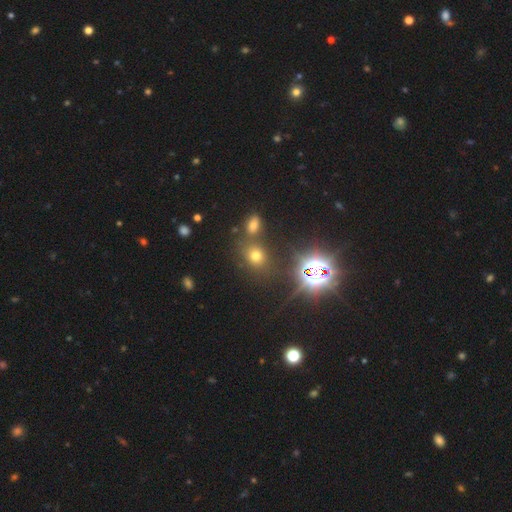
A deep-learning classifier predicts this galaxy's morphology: A smooth galaxy with no disk features (59%) that is round (60%). Merging: none (72%).